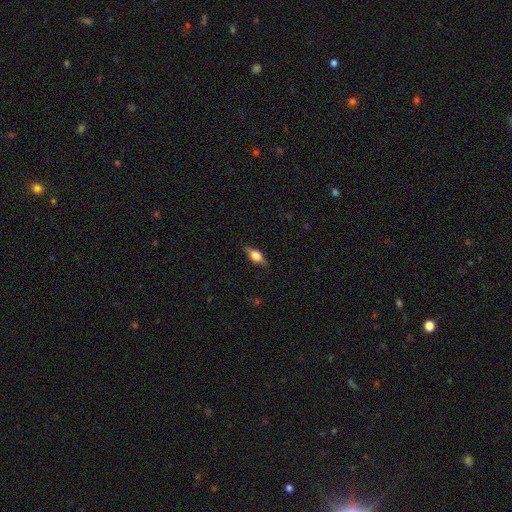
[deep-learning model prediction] A smooth galaxy with no disk features (67%) that is in between round and cigar-shaped (77%).

Vote fractions:
- Smooth or featured? smooth: 67% / featured or disk: 25% / star or artifact: 8%
- How rounded? in between: 77% / cigar-shaped: 16% / round: 7%
- Merging? none: 78% / minor disturbance: 17% / major disturbance: 4% / merger: 1%